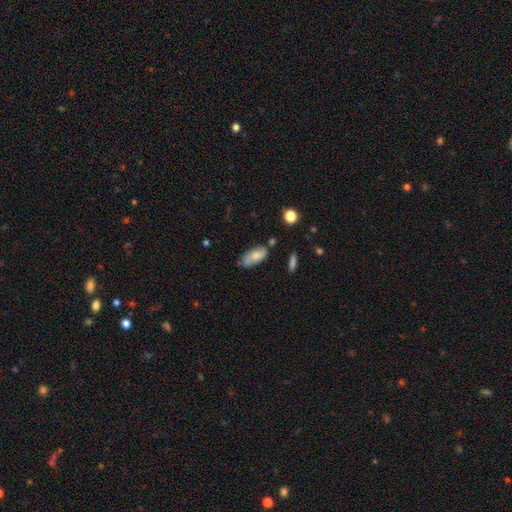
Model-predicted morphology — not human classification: Smooth or featured? smooth (68%)
How rounded? in between (88%)
Merging? none (60%)